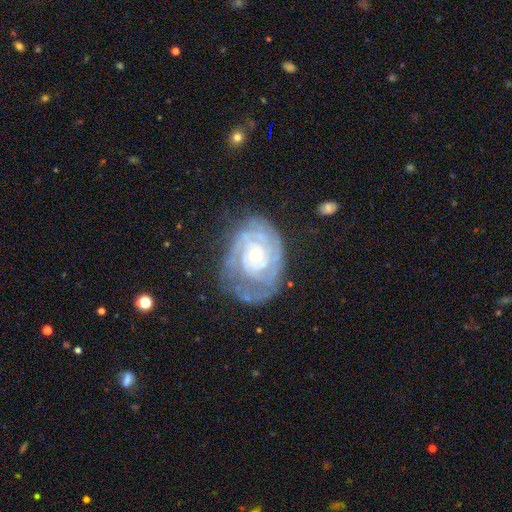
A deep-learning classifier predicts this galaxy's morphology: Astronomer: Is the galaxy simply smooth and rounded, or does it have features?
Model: featured or disk — 85%.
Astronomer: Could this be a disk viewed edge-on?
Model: no — 97%.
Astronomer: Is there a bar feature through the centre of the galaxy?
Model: no — 77%.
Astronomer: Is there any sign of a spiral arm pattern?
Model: yes — 94%.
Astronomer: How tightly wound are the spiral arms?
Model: tight — 76%.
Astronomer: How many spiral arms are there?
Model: can't tell — 36% (runner-up: 2, 26%).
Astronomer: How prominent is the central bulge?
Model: small — 68%.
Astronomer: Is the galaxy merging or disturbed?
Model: none — 57%.